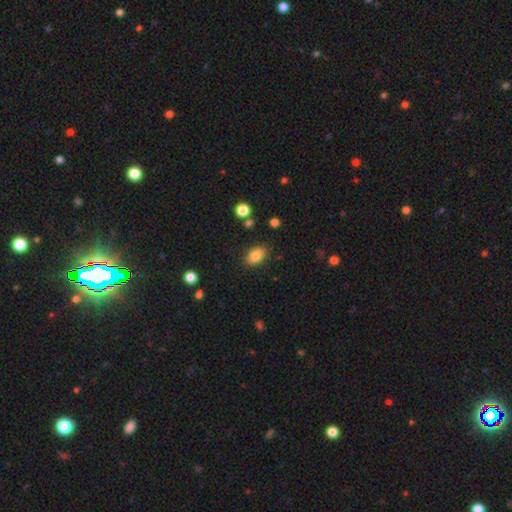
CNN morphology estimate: Smooth or featured? Predicted: smooth (p=0.85). How rounded? Predicted: in between (p=0.84). Merging? Predicted: none (p=0.84).